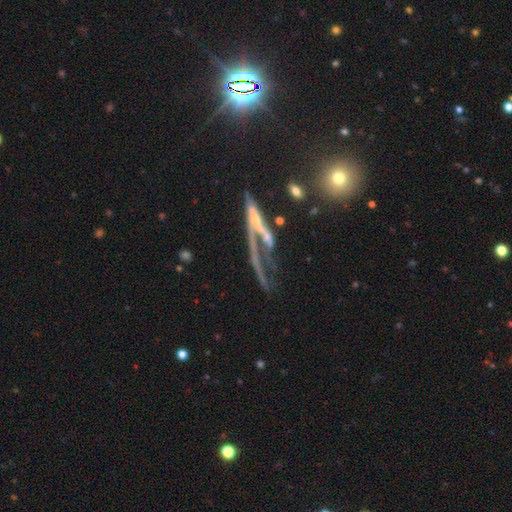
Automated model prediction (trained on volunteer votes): Q: Smooth or featured?
A: featured or disk (59%); runner-up: star or artifact (23%)
Q: Edge-on disk?
A: yes (59%); runner-up: no (41%)
Q: Merging?
A: none (45%); runner-up: major disturbance (23%)